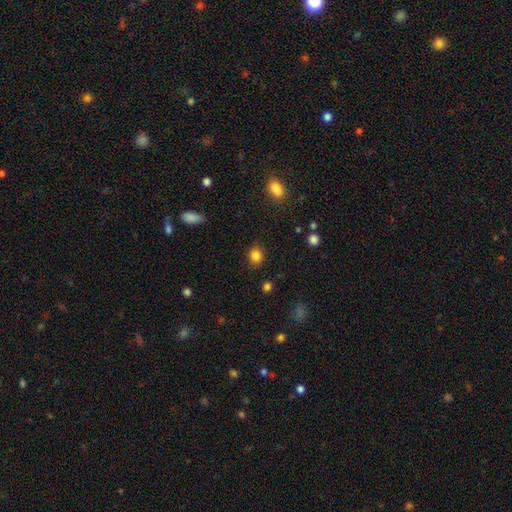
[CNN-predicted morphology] This is clearly a smooth galaxy (84%). How rounded: likely round (74%). Merging: clearly none (87%).